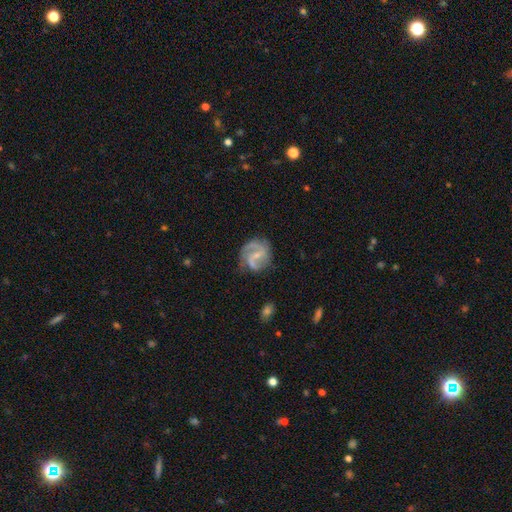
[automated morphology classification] Smooth or featured? featured or disk (86%)
Edge-on disk? no (98%)
Bar? weak (52%)
Spiral arms? yes (96%)
Spiral winding? medium (53%)
Spiral arm count? 2 (85%)
Bulge size? small (66%)
Merging? none (68%)